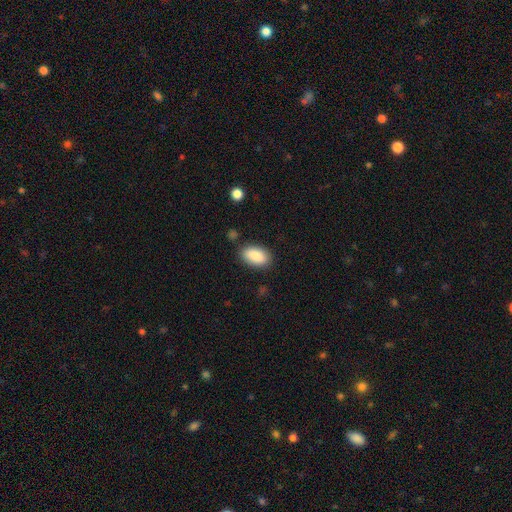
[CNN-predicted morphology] Smooth or featured?
  - smooth: 87% *
  - star or artifact: 6%
  - featured or disk: 6%
How rounded?
  - in between: 93% *
  - round: 5%
  - cigar-shaped: 2%
Merging?
  - none: 83% *
  - minor disturbance: 12%
  - major disturbance: 3%
  - merger: 2%